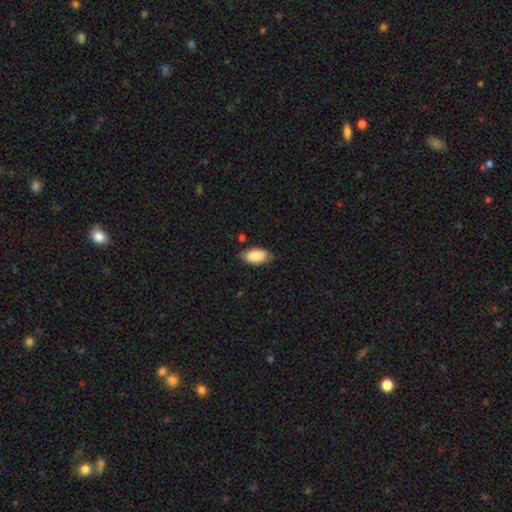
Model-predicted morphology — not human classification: type=smooth (85%); roundness=in between (94%); merging=none (77%).